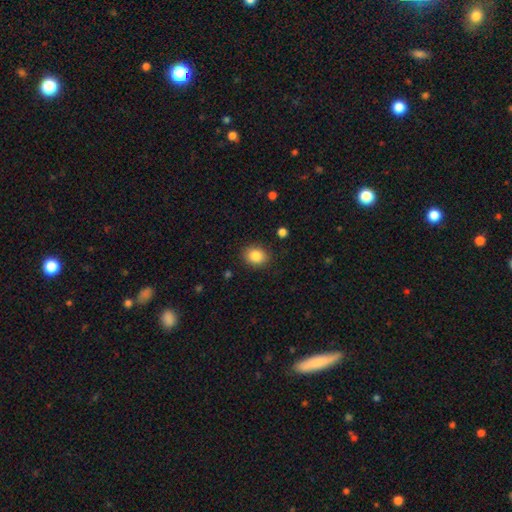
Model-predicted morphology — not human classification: Q: Smooth or featured?
A: smooth (85%); runner-up: star or artifact (9%)
Q: How rounded?
A: round (55%); runner-up: in between (44%)
Q: Merging?
A: none (87%); runner-up: minor disturbance (9%)